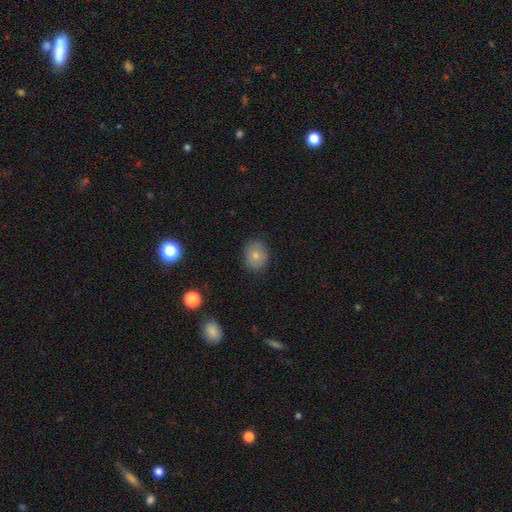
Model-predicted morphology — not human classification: The model was most divided on "how rounded": round: 62%, in between: 37%, cigar-shaped: 1%. More confident: merging — none (85%); smooth or featured — smooth (78%).